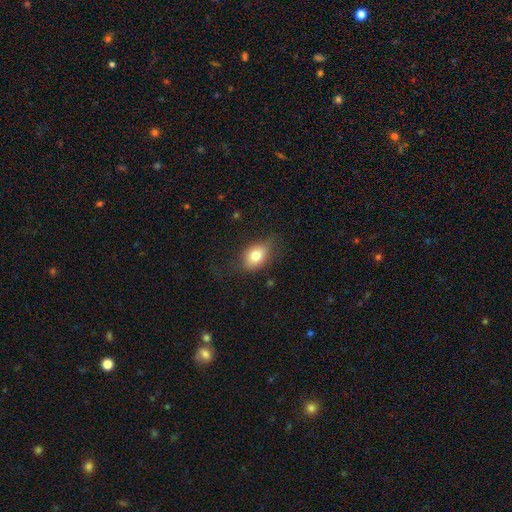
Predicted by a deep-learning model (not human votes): Smooth or featured: smooth — 79% (featured or disk — 12%)
How rounded: in between — 77% (round — 21%)
Merging: none — 69% (minor disturbance — 22%)